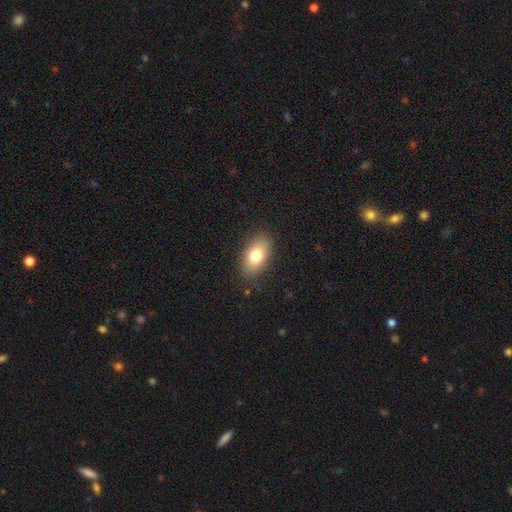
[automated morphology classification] Smooth or featured? Predicted: smooth (p=0.78). How rounded? Predicted: in between (p=0.91). Merging? Predicted: none (p=0.86).